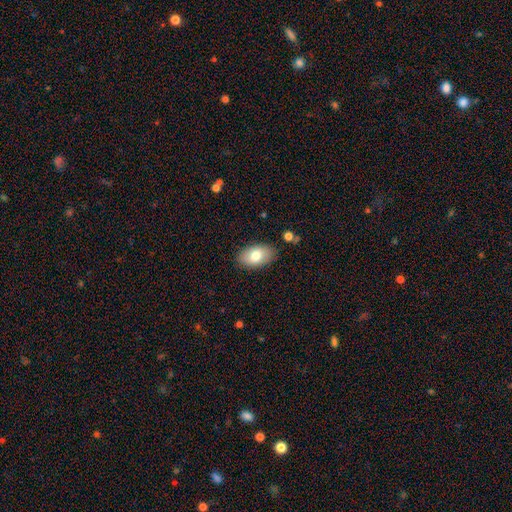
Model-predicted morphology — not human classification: Smooth or featured: smooth — 77% (featured or disk — 16%)
How rounded: in between — 93% (round — 6%)
Merging: none — 86% (minor disturbance — 10%)